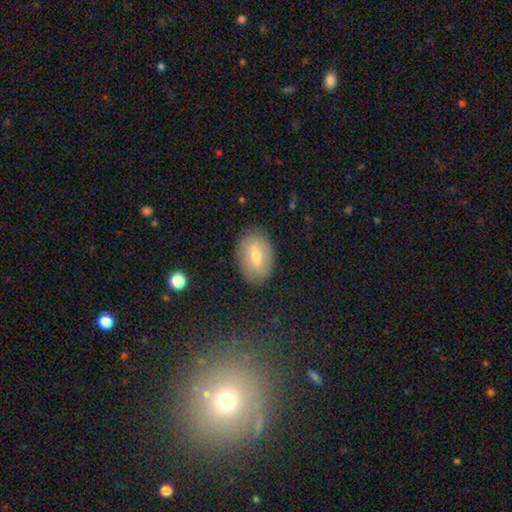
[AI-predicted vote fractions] smooth 57%, featured or disk 34%, star or artifact 9%. Down the decision tree: how rounded — in between (83%); merging — none (84%).